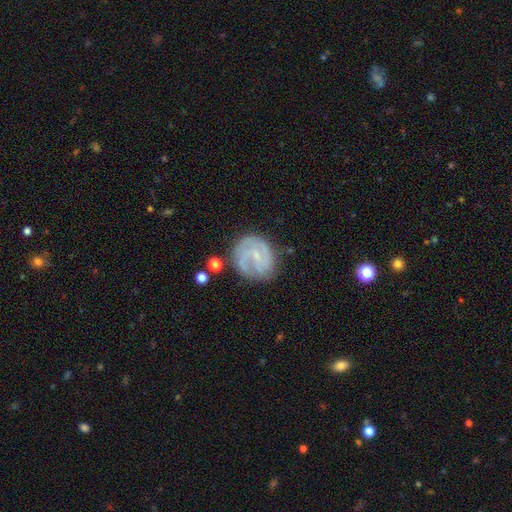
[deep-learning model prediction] Morphology: type=featured or disk (76%); edge-on=no (98%); bar=no (47%); spiral arms=yes (91%); winding=tight (53%); arm count=2 (40%); bulge=small (68%); merging=none (69%).